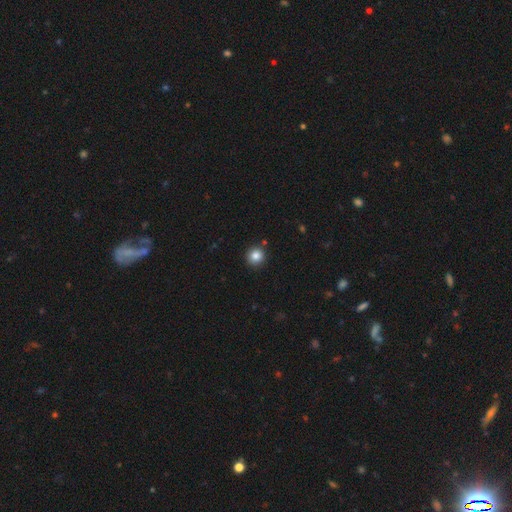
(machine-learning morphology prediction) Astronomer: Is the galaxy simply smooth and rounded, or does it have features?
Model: smooth — 85%.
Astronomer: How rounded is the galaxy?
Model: round — 94%.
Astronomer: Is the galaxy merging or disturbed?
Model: none — 89%.